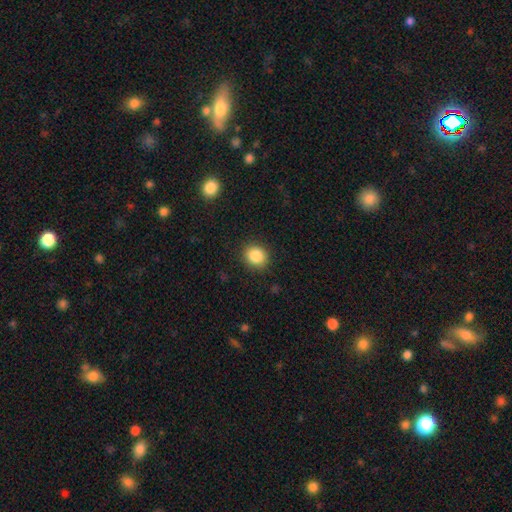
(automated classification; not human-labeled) smooth 85%, star or artifact 10%, featured or disk 5%. Down the decision tree: how rounded — round (78%); merging — none (89%).